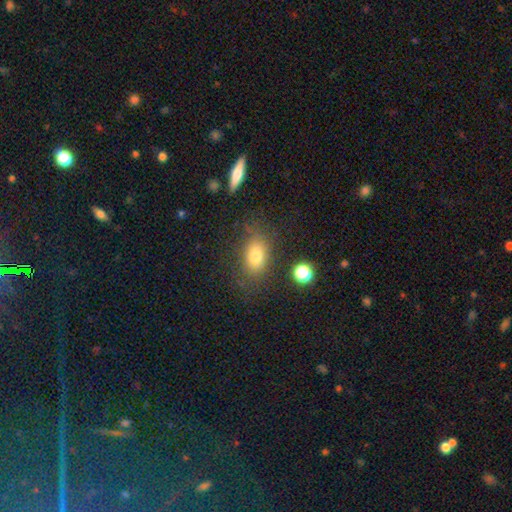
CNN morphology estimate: type=smooth (76%); roundness=in between (79%); merging=none (76%).